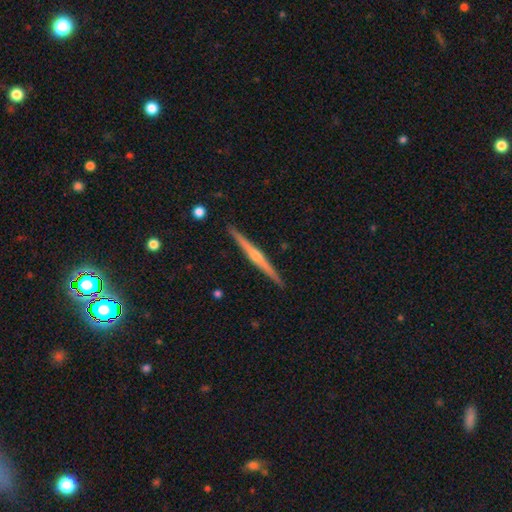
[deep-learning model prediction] smooth_or_featured: featured or disk (p=0.80) [alt: smooth p=0.13]
disk_edge_on: yes (p=0.98) [alt: no p=0.02]
edge_on_bulge: rounded (p=0.83) [alt: none p=0.12]
merging: none (p=0.92) [alt: minor disturbance p=0.06]